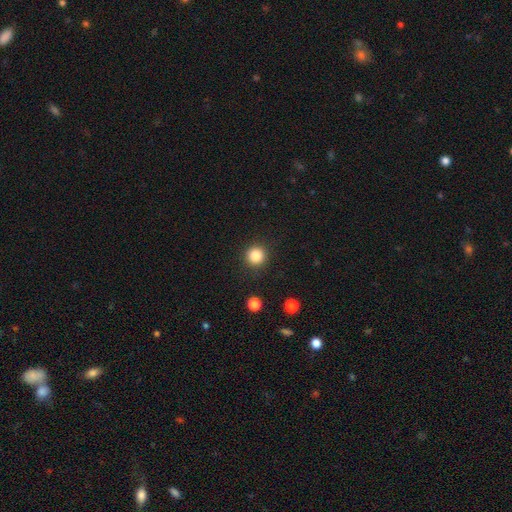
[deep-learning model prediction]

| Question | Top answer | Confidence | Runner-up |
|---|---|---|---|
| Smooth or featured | smooth | 84% | star or artifact (11%) |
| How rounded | round | 94% | in between (5%) |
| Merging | none | 91% | minor disturbance (6%) |